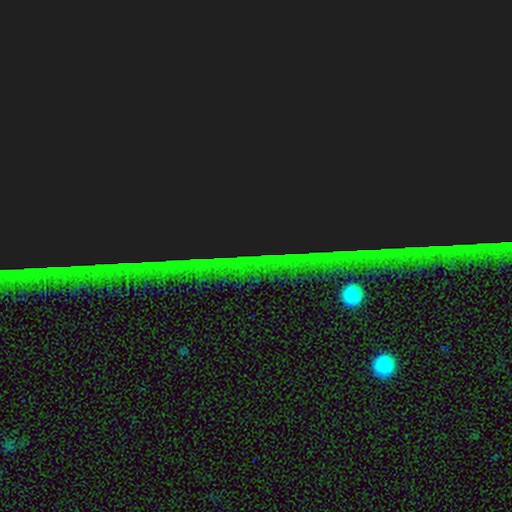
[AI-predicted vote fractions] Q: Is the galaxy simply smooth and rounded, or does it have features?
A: star or artifact — 85%.